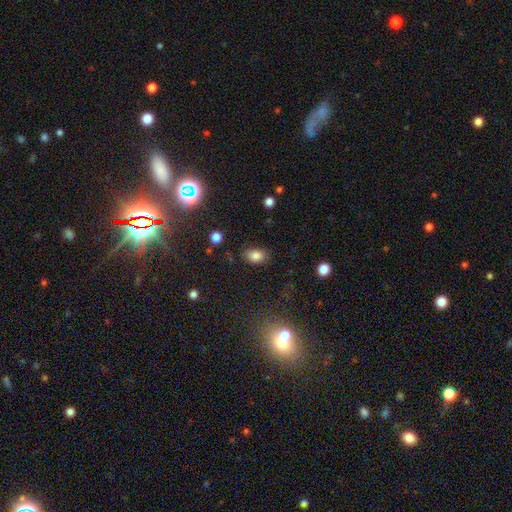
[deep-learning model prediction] Smooth or featured? smooth (83%)
How rounded? in between (85%)
Merging? none (79%)